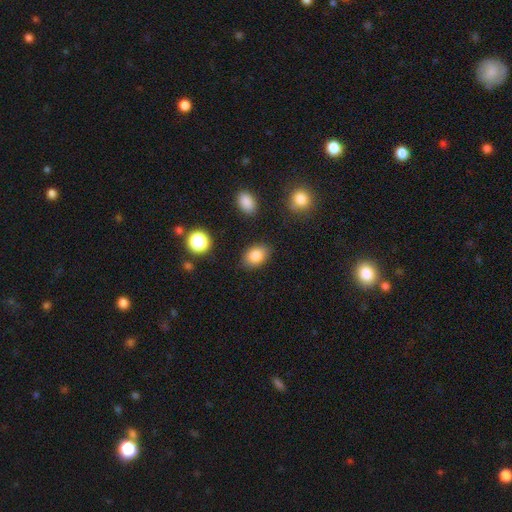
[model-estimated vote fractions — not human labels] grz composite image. It shows a smooth galaxy with no disk features (83%) that is in between round and cigar-shaped (80%). Merging: none (84%).